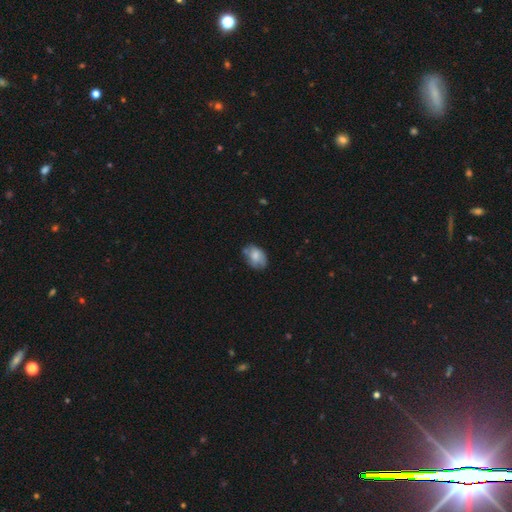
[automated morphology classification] This appears to be a smooth galaxy with no disk features (69%) that is in between round and cigar-shaped (80%). Merging: none (51%).